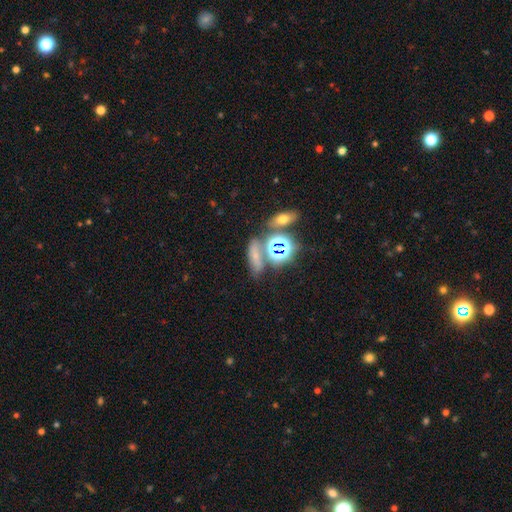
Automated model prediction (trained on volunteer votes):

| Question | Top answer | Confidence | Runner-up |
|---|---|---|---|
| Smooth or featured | smooth | 52% | star or artifact (33%) |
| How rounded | in between | 53% | cigar-shaped (26%) |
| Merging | none | 57% | merger (20%) |